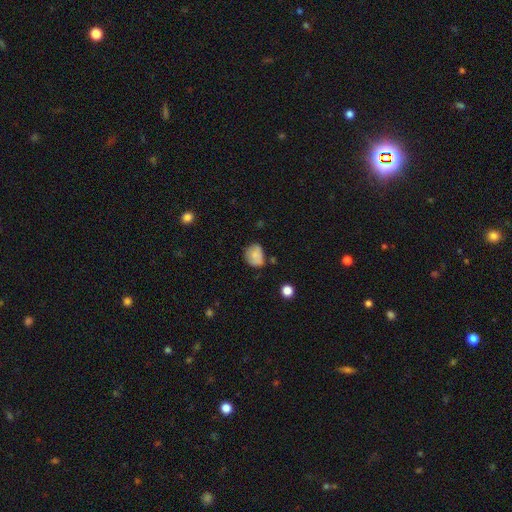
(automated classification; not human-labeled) Overall: smooth (80%). How rounded: in between (50%; round 49%). Merging: none (52%; minor disturbance 34%).